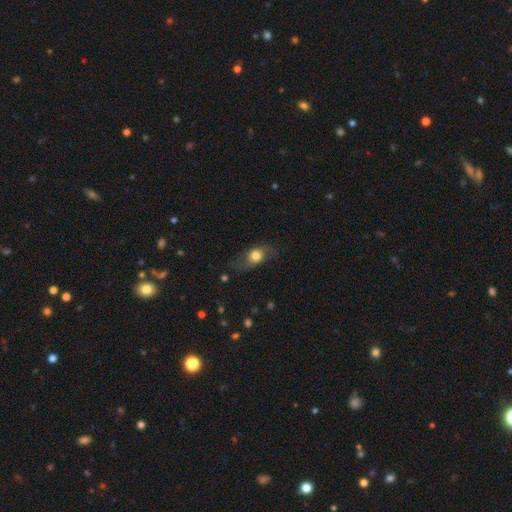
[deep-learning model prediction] Morphology: type=smooth (52%); roundness=in between (57%); merging=none (61%).